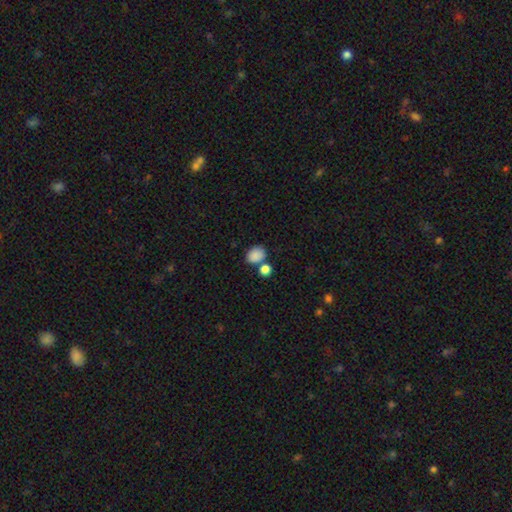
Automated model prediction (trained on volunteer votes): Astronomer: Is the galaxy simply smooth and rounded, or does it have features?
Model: smooth — 86%.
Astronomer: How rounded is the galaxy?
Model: in between — 57% (runner-up: round, 42%).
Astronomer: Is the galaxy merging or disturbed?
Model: none — 63%.